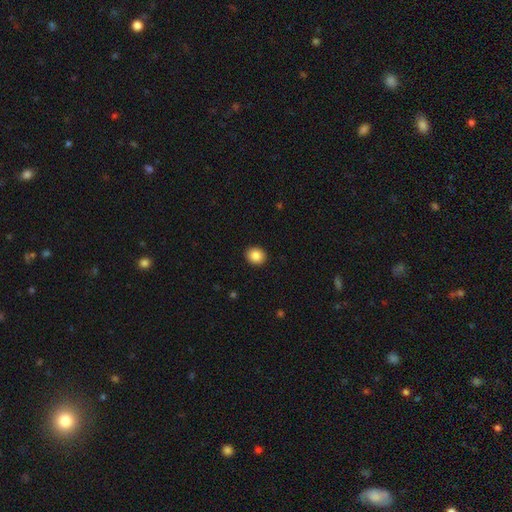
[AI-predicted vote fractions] Smooth or featured? smooth (86%)
How rounded? round (81%)
Merging? none (92%)